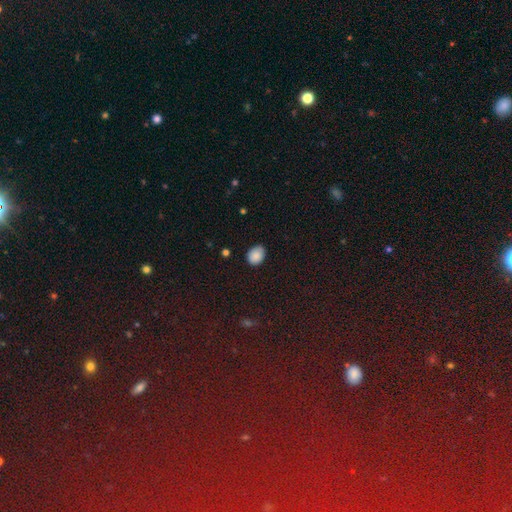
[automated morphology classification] smooth_or_featured: smooth (p=0.86) [alt: star or artifact p=0.08]
how_rounded: in between (p=0.58) [alt: round p=0.41]
merging: none (p=0.77) [alt: minor disturbance p=0.19]